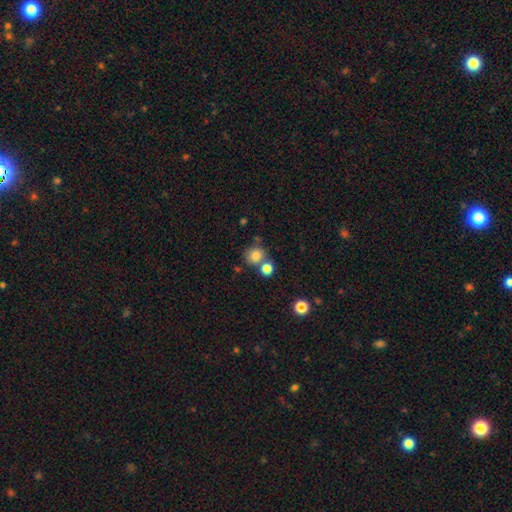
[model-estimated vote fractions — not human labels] smooth-or-featured: smooth: 80% | star or artifact: 12% | featured or disk: 8%
  how-rounded: round: 85% | in between: 14% | cigar-shaped: 1%
  merging: none: 61% | merger: 26% | minor disturbance: 10% | major disturbance: 4%